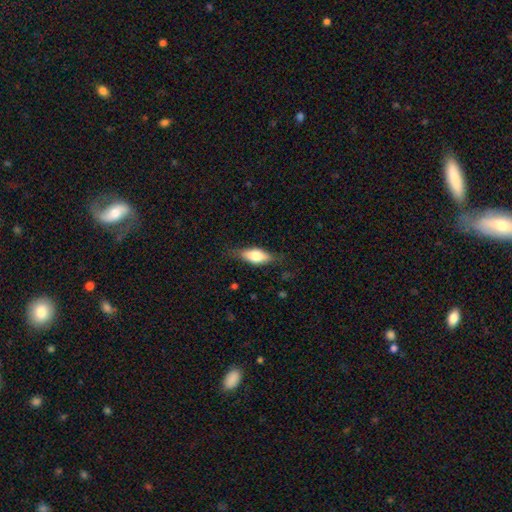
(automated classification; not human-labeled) Smooth or featured: smooth — 65% (featured or disk — 28%)
How rounded: in between — 76% (cigar-shaped — 20%)
Merging: none — 74% (minor disturbance — 19%)